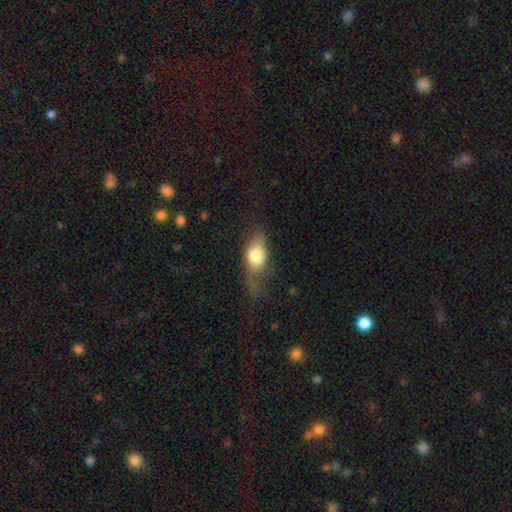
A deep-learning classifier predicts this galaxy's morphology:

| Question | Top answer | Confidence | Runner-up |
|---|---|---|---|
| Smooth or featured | smooth | 71% | featured or disk (22%) |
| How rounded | in between | 82% | round (11%) |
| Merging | minor disturbance | 33% | major disturbance (32%) |